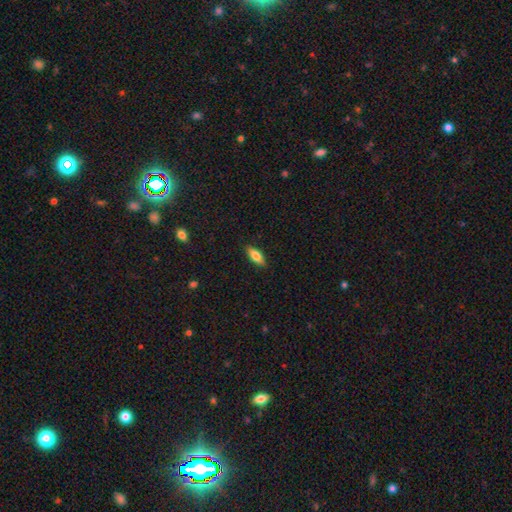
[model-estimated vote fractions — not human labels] A smooth galaxy with no disk features (76%) that is in between round and cigar-shaped (73%). Merging: none (88%).